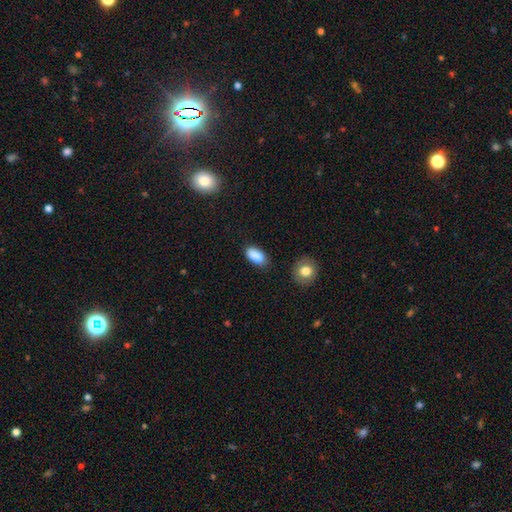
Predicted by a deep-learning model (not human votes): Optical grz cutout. It shows a smooth galaxy with no disk features (88%) that is in between round and cigar-shaped (90%). Merging: none (77%).